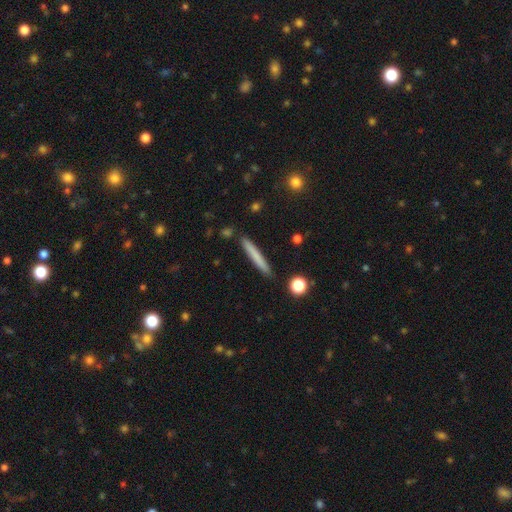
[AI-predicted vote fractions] A smooth galaxy with no disk features (71%) that is cigar-shaped (96%).

Vote fractions:
- Smooth or featured? smooth: 71% / featured or disk: 22% / star or artifact: 7%
- How rounded? cigar-shaped: 96% / in between: 3% / round: 1%
- Merging? none: 89% / minor disturbance: 7% / merger: 2% / major disturbance: 2%